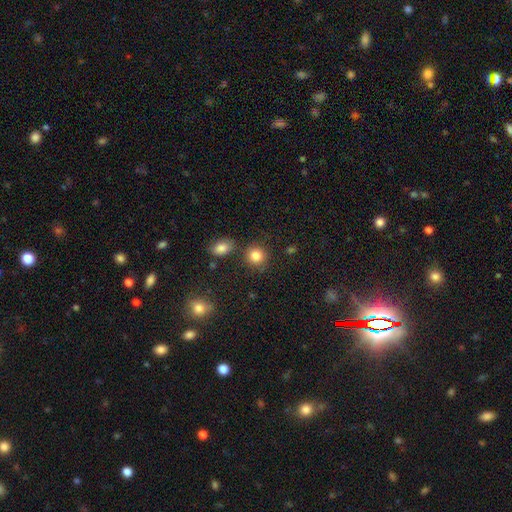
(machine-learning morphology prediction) Smooth or featured? Predicted: smooth (p=0.85). How rounded? Predicted: round (p=0.85). Merging? Predicted: none (p=0.79).